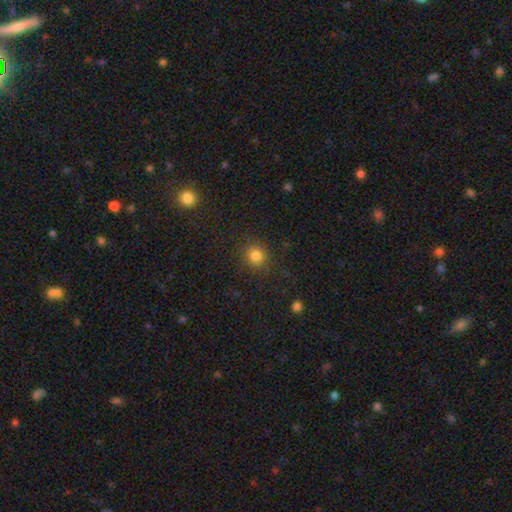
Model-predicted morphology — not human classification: Smooth or featured: smooth — 82% (star or artifact — 13%)
How rounded: round — 91% (in between — 8%)
Merging: none — 88% (minor disturbance — 7%)